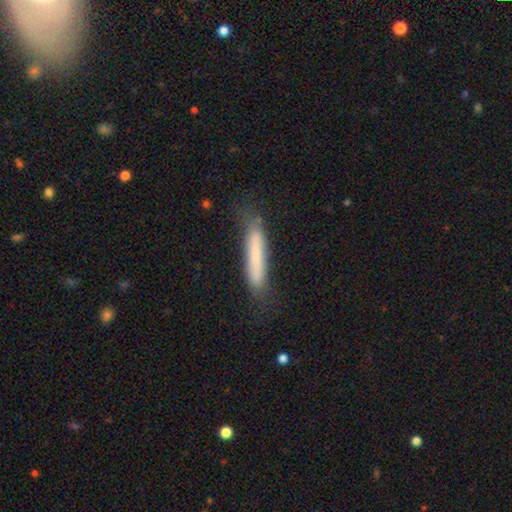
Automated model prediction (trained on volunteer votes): Q: Smooth or featured?
A: smooth (71%); runner-up: featured or disk (22%)
Q: How rounded?
A: cigar-shaped (92%); runner-up: in between (6%)
Q: Merging?
A: none (70%); runner-up: minor disturbance (21%)